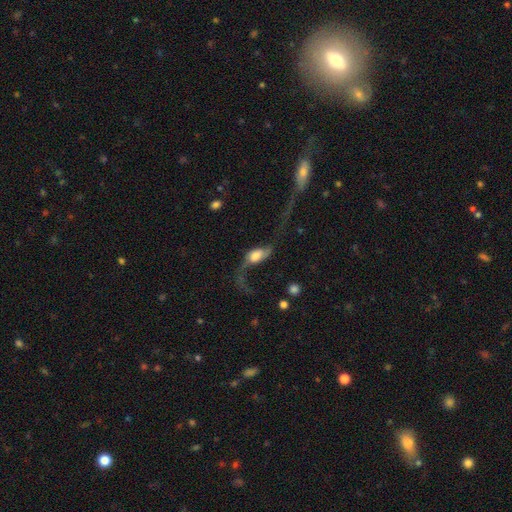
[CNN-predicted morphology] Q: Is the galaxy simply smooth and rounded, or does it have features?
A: featured or disk — 61%.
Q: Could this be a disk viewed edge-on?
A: no — 88%.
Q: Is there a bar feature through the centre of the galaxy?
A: no — 63%.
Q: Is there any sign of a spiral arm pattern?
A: yes — 80%.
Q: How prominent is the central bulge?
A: large — 36%.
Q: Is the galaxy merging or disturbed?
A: major disturbance — 49%.